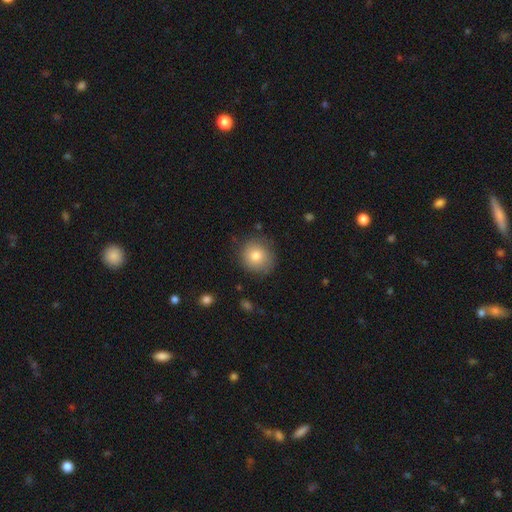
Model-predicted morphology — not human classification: smooth_or_featured: smooth (p=0.79) [alt: featured or disk p=0.11]
how_rounded: round (p=0.89) [alt: in between p=0.10]
merging: none (p=0.81) [alt: minor disturbance p=0.14]